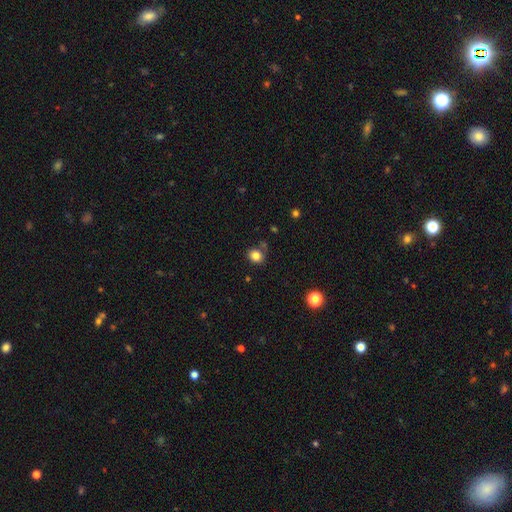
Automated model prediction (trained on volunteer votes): smooth 82%, star or artifact 12%, featured or disk 6%. Down the decision tree: how rounded — round (68%); merging — none (76%).